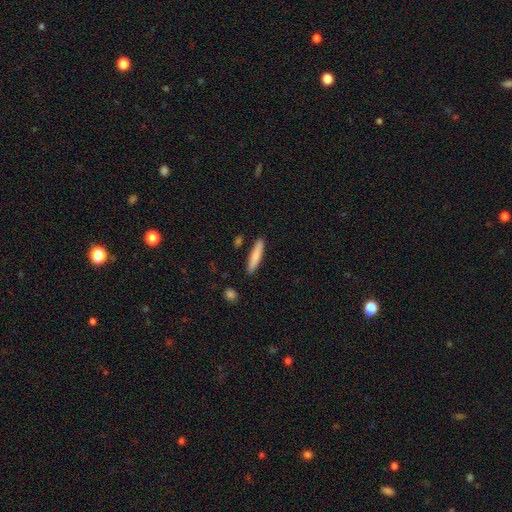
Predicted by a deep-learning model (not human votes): Morphology: type=smooth (80%); roundness=cigar-shaped (87%); merging=none (88%).